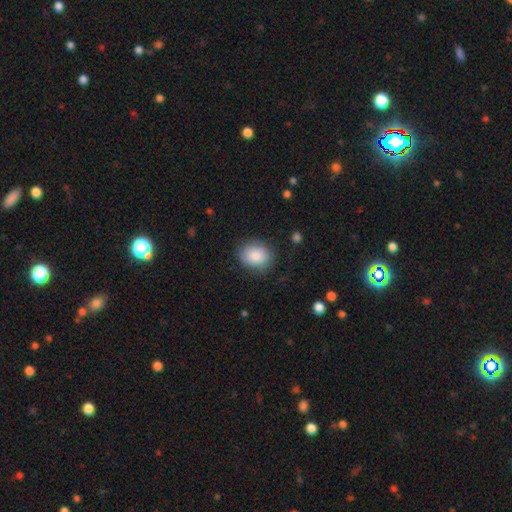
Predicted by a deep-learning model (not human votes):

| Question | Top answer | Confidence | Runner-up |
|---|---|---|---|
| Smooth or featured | smooth | 87% | star or artifact (7%) |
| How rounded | round | 51% | in between (48%) |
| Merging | none | 79% | minor disturbance (15%) |